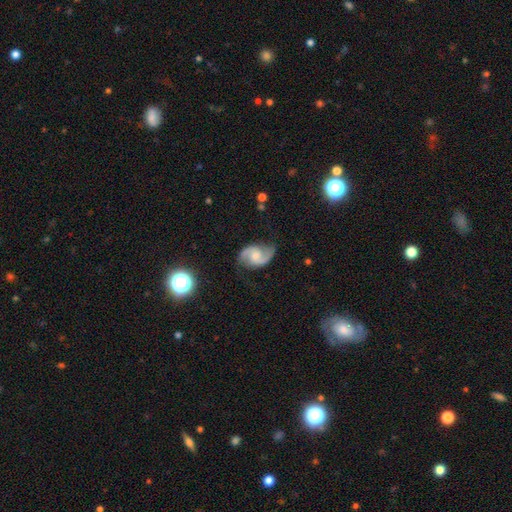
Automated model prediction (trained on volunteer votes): Smooth or featured?
  - featured or disk: 89% *
  - smooth: 6%
  - star or artifact: 5%
Edge-on disk?
  - no: 98% *
  - yes: 2%
Bar?
  - no: 49% *
  - weak: 43%
  - strong: 8%
Spiral arms?
  - yes: 98% *
  - no: 2%
Spiral winding?
  - medium: 54% *
  - loose: 33%
  - tight: 13%
Spiral arm count?
  - 2: 94% *
  - can't tell: 2%
  - 1: 1%
  - 3: 1%
  - 4: 1%
  - more than 4: 1%
Bulge size?
  - moderate: 41% *
  - small: 34%
  - none: 18%
  - large: 6%
  - dominant: 1%
Merging?
  - none: 76% *
  - minor disturbance: 17%
  - major disturbance: 6%
  - merger: 2%